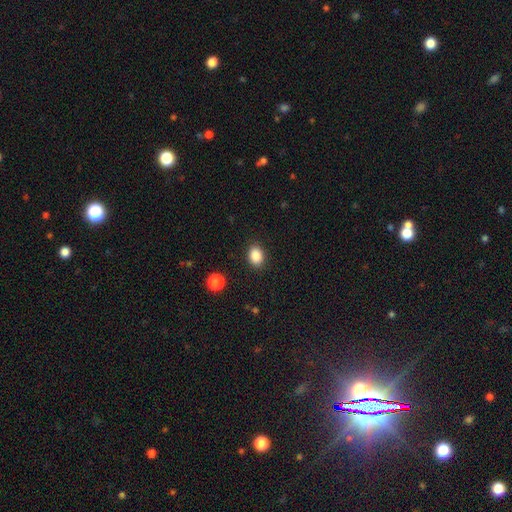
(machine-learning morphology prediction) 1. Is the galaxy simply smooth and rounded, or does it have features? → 87% smooth, 9% star or artifact, 3% featured or disk.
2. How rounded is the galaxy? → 69% in between, 30% round, 1% cigar-shaped.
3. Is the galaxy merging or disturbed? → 88% none, 8% minor disturbance, 3% major disturbance, 1% merger.